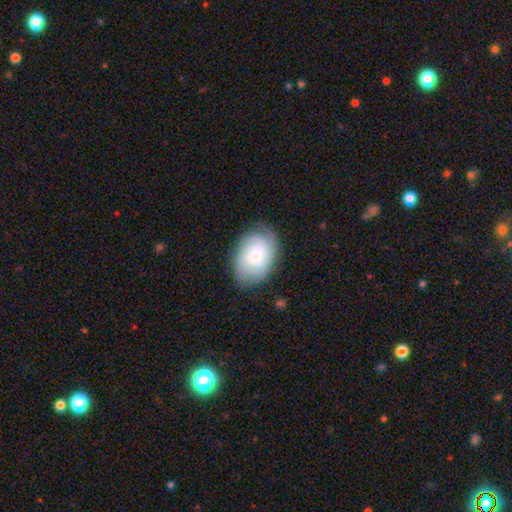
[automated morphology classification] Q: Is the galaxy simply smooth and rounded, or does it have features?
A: smooth — 55%.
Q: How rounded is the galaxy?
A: in between — 81%.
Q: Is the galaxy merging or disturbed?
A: none — 76%.